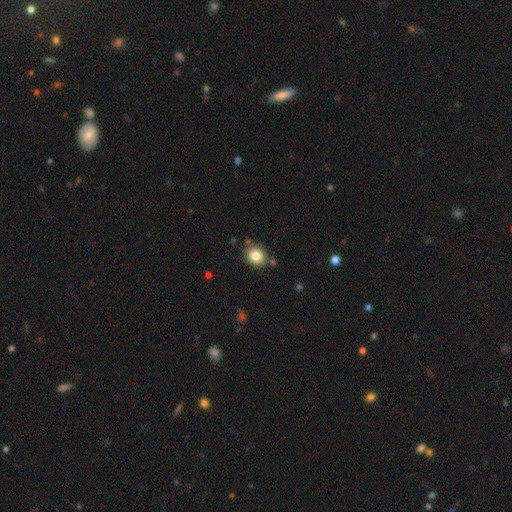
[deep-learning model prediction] This appears to be a smooth galaxy with no disk features (83%) that is round (67%). Merging: none (80%).